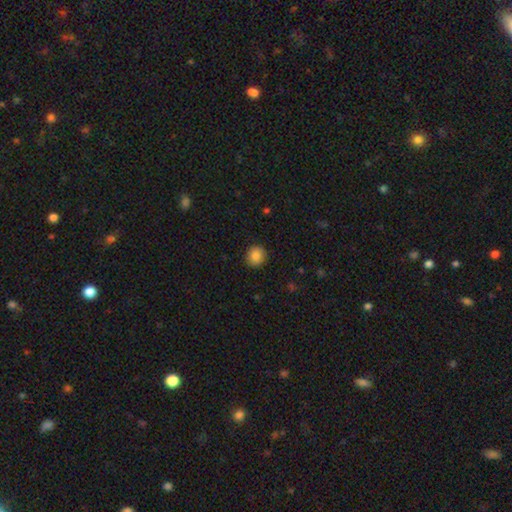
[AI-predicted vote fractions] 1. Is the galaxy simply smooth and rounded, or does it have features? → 86% smooth, 9% star or artifact, 6% featured or disk.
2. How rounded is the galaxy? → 86% round, 13% in between, 1% cigar-shaped.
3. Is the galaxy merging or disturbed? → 90% none, 7% minor disturbance, 2% major disturbance, 1% merger.